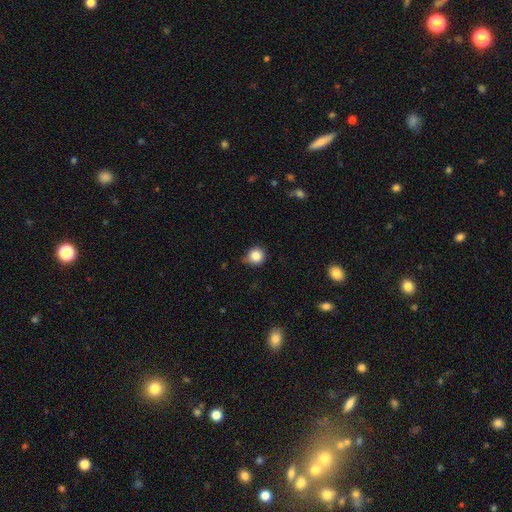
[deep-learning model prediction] A smooth galaxy with no disk features (85%) that is round (88%). Merging: none (71%).